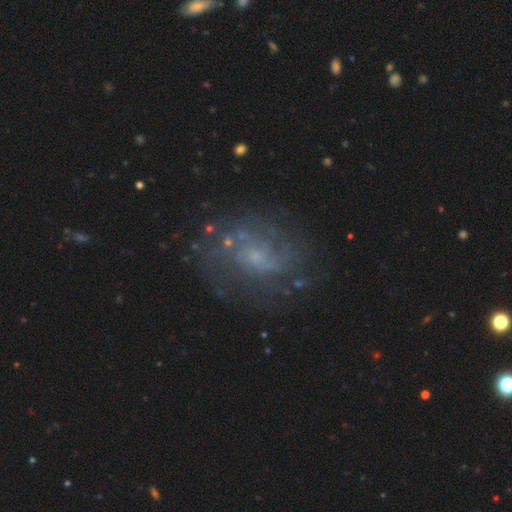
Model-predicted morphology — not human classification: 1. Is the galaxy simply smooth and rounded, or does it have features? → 73% featured or disk, 14% smooth, 13% star or artifact.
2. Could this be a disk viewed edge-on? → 97% no, 3% yes.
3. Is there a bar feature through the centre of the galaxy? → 60% no, 35% weak, 5% strong.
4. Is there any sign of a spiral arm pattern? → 84% yes, 16% no.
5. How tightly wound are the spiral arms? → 41% medium, 31% loose, 28% tight.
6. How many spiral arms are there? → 37% 2, 36% can't tell, 10% 3, 6% 1, 6% 4, 5% more than 4.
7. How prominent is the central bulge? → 66% small, 17% moderate, 15% none, 2% large, 1% dominant.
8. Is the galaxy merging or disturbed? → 70% none, 16% minor disturbance, 11% major disturbance, 2% merger.